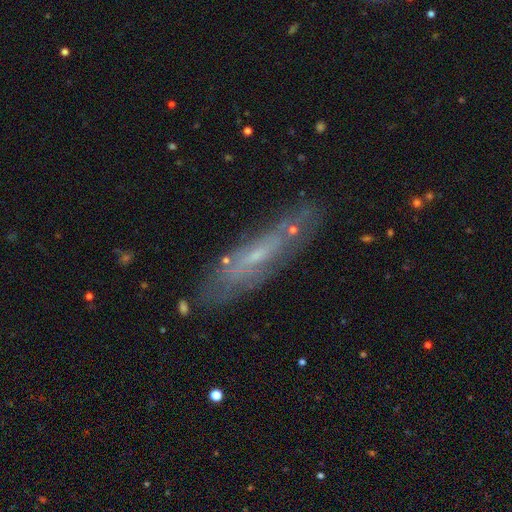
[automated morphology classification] Smooth or featured? Predicted: featured or disk (p=0.60). Edge-on disk? Predicted: no (p=0.52). Merging? Predicted: none (p=0.75).